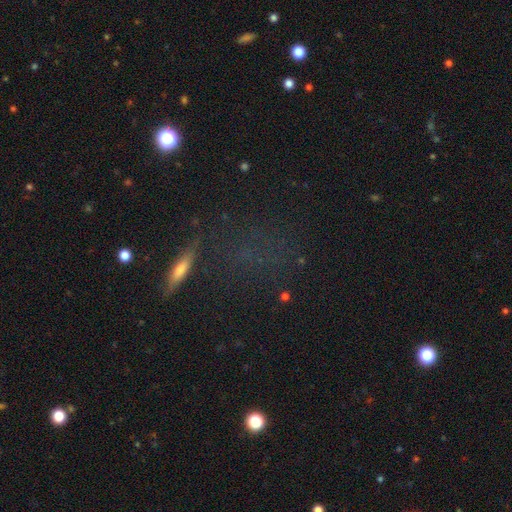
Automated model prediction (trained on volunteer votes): The model was most divided on "smooth or featured": star or artifact: 43%, smooth: 34%, featured or disk: 23%.